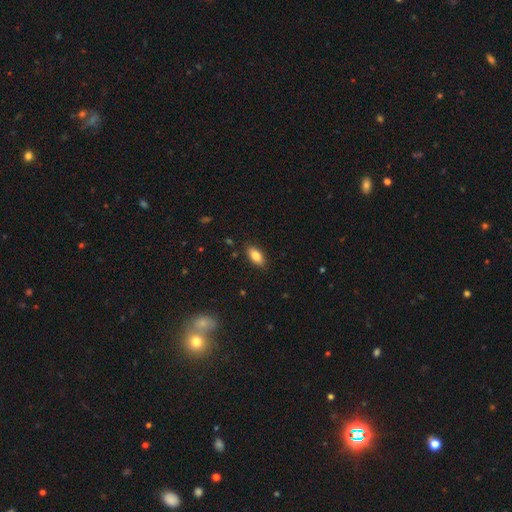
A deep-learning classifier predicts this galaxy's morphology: smooth-or-featured: smooth: 83% | featured or disk: 9% | star or artifact: 7%
  how-rounded: in between: 89% | cigar-shaped: 7% | round: 3%
  merging: none: 86% | minor disturbance: 10% | major disturbance: 2% | merger: 1%